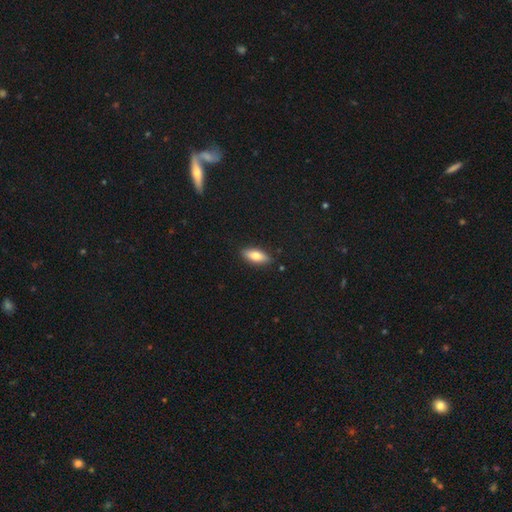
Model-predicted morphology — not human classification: smooth-or-featured: smooth: 76% | featured or disk: 18% | star or artifact: 7%
  how-rounded: in between: 74% | cigar-shaped: 23% | round: 2%
  merging: none: 87% | minor disturbance: 10% | major disturbance: 2% | merger: 1%